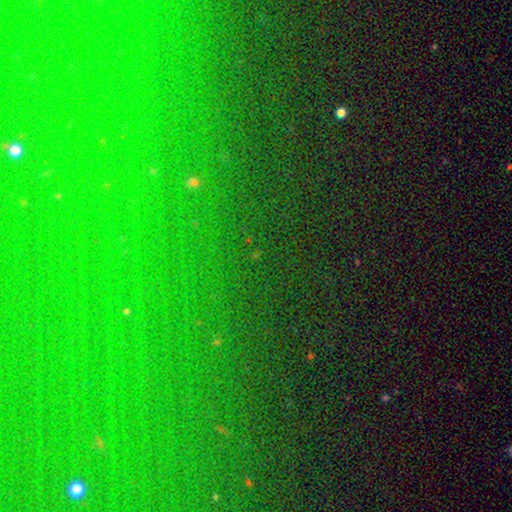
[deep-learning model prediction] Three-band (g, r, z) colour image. It shows a star or artifact, not a galaxy (71%).